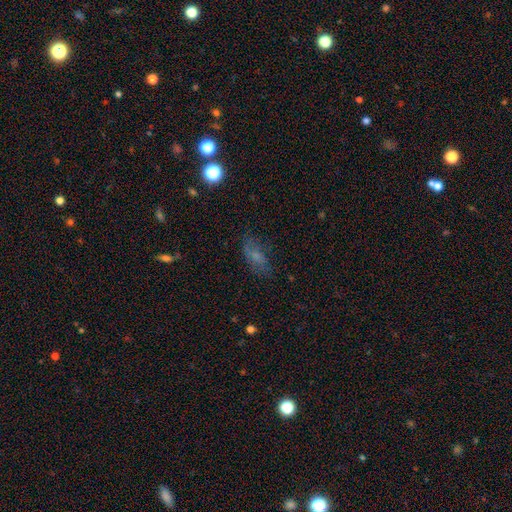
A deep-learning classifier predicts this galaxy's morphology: Smooth or featured? smooth (58%)
How rounded? in between (80%)
Merging? none (68%)